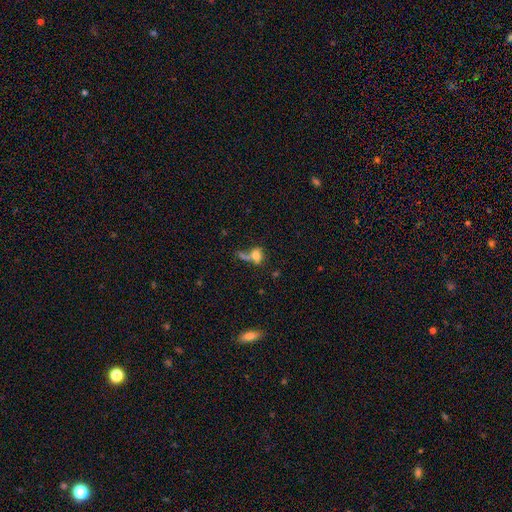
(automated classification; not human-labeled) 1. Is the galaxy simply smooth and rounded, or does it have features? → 69% smooth, 19% featured or disk, 13% star or artifact.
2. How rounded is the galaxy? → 52% in between, 44% round, 4% cigar-shaped.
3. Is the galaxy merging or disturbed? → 39% merger, 28% none, 20% major disturbance, 13% minor disturbance.